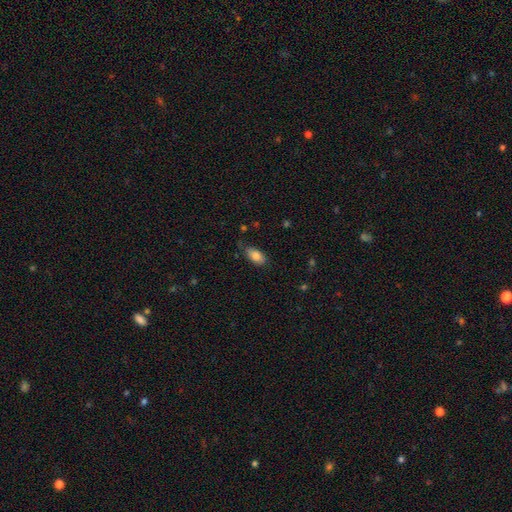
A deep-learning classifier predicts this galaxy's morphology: Q: Smooth or featured?
A: smooth (84%); runner-up: featured or disk (9%)
Q: How rounded?
A: in between (92%); runner-up: cigar-shaped (4%)
Q: Merging?
A: none (71%); runner-up: minor disturbance (22%)